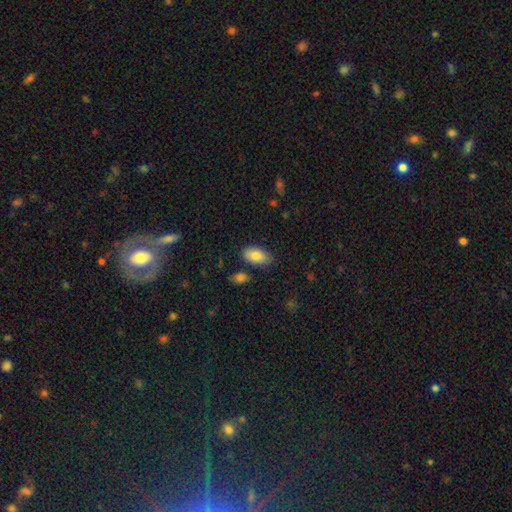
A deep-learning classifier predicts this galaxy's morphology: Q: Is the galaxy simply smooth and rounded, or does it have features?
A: smooth — 82%.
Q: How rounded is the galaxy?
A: in between — 94%.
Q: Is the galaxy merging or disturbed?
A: none — 80%.